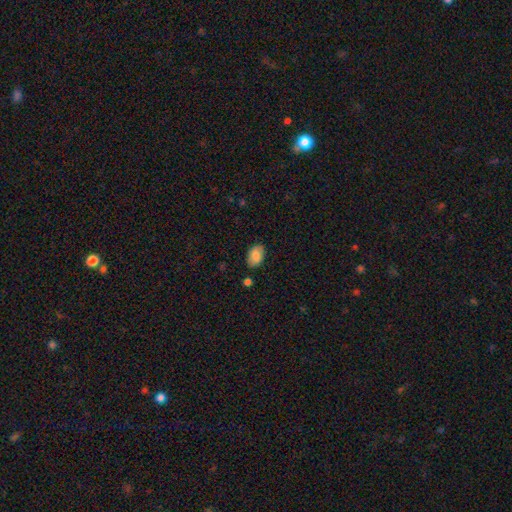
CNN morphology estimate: smooth 85%, featured or disk 8%, star or artifact 7%. Down the decision tree: how rounded — in between (90%); merging — none (83%).